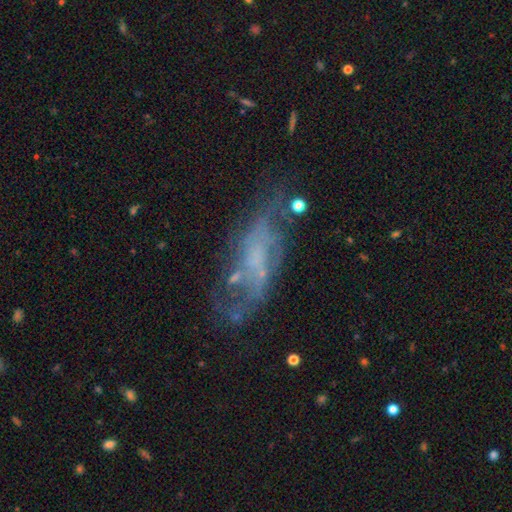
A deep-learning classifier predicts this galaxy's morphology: Smooth or featured? Predicted: featured or disk (p=0.62). Edge-on disk? Predicted: no (p=0.86). Bar? Predicted: no (p=0.70). Spiral arms? Predicted: yes (p=0.55). Bulge size? Predicted: none (p=0.58). Merging? Predicted: none (p=0.52).